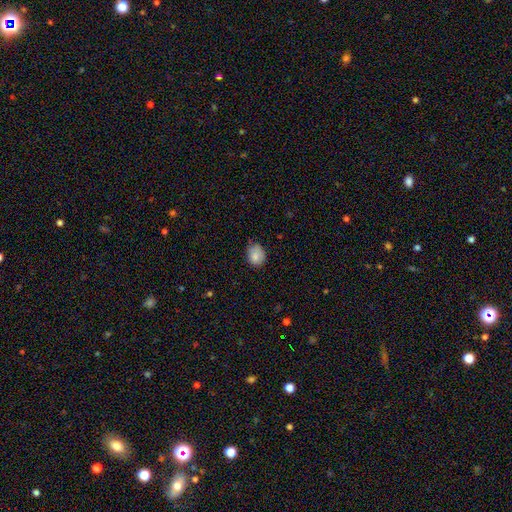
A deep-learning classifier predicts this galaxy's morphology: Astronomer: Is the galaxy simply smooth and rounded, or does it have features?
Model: smooth — 83%.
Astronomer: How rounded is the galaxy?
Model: round — 55% (runner-up: in between, 45%).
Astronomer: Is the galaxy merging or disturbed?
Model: none — 65%.